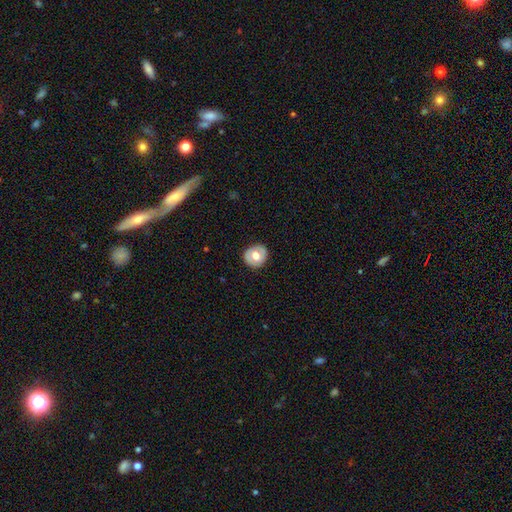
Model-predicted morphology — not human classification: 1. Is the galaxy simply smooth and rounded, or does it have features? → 54% smooth, 39% featured or disk, 6% star or artifact.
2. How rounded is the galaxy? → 81% round, 18% in between, 1% cigar-shaped.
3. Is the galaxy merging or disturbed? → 87% none, 10% minor disturbance, 2% major disturbance, 1% merger.